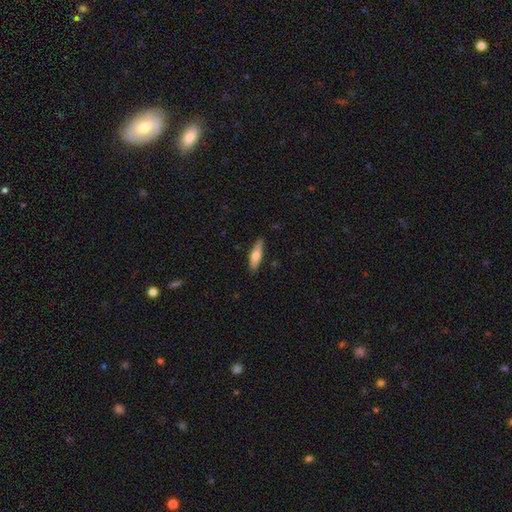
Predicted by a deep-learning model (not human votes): Smooth or featured?
  - smooth: 66% *
  - featured or disk: 28%
  - star or artifact: 6%
How rounded?
  - cigar-shaped: 64% *
  - in between: 34%
  - round: 2%
Merging?
  - none: 84% *
  - minor disturbance: 12%
  - major disturbance: 2%
  - merger: 1%